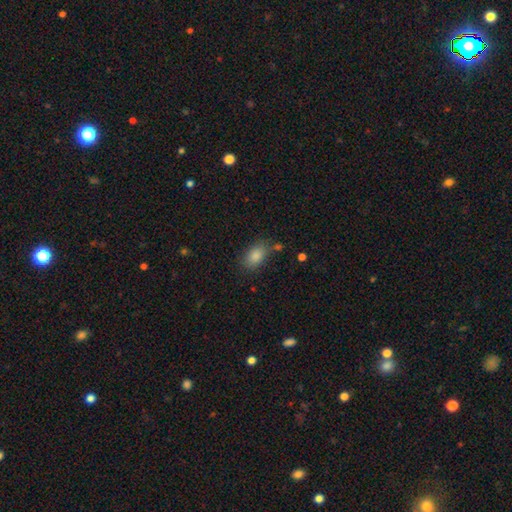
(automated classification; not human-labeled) A smooth galaxy with no disk features (86%) that is in between round and cigar-shaped (88%).

Vote fractions:
- Smooth or featured? smooth: 86% / star or artifact: 8% / featured or disk: 6%
- How rounded? in between: 88% / round: 10% / cigar-shaped: 2%
- Merging? none: 73% / minor disturbance: 17% / merger: 5% / major disturbance: 5%